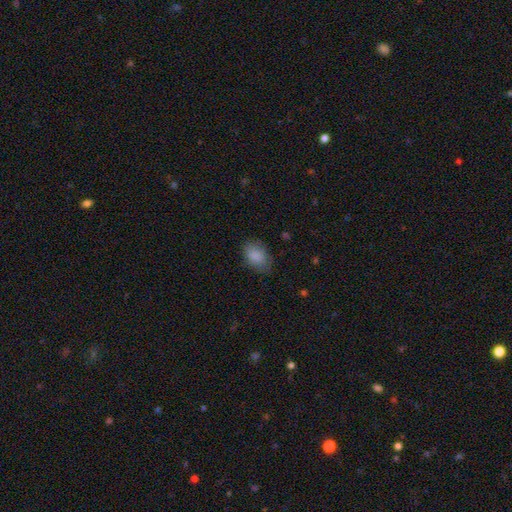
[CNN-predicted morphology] smooth-or-featured: smooth: 87% | star or artifact: 7% | featured or disk: 6%
  how-rounded: in between: 85% | round: 14% | cigar-shaped: 1%
  merging: none: 74% | minor disturbance: 19% | major disturbance: 5% | merger: 1%